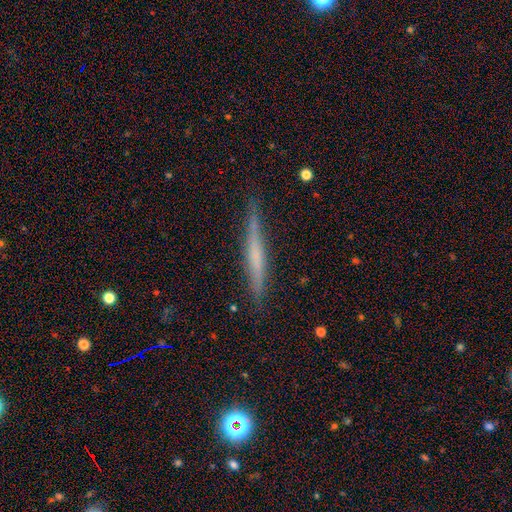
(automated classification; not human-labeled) Smooth or featured? Predicted: featured or disk (p=0.55). Edge-on disk? Predicted: yes (p=0.97). Edge-on bulge? Predicted: none (p=0.66). Merging? Predicted: none (p=0.88).